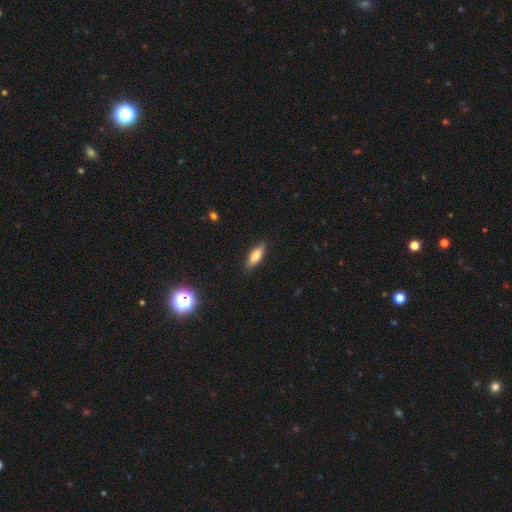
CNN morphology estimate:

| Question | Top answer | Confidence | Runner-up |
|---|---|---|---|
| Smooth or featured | smooth | 69% | featured or disk (24%) |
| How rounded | in between | 56% | cigar-shaped (42%) |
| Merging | none | 89% | minor disturbance (8%) |